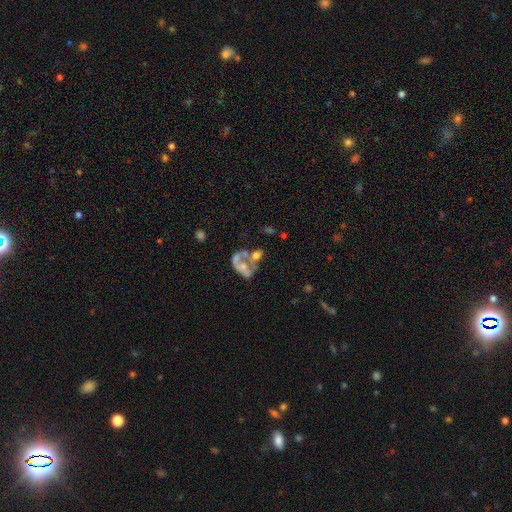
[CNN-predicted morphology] A featured or disk galaxy (54%) with no bar (89%), no spiral arms (86%) and no central bulge (43%).

Vote fractions:
- Smooth or featured? featured or disk: 54% / smooth: 34% / star or artifact: 12%
- Edge-on disk? no: 98% / yes: 2%
- Bar? no: 89% / weak: 9% / strong: 3%
- Spiral arms? no: 86% / yes: 14%
- Bulge size? none: 43% / moderate: 27% / small: 23% / large: 5% / dominant: 2%
- Merging? merger: 53% / major disturbance: 22% / none: 16% / minor disturbance: 9%